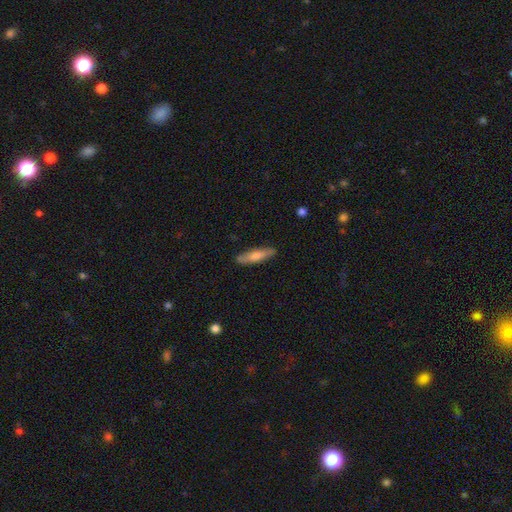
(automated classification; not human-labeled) This is likely a smooth galaxy (62%). How rounded: clearly cigar-shaped (82%). Merging: clearly none (87%).